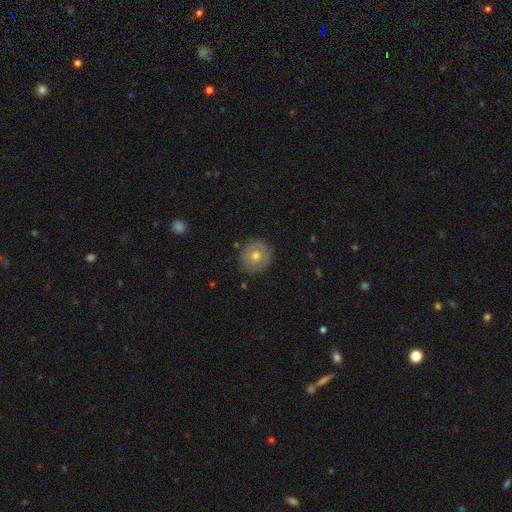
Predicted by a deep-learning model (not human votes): Smooth or featured: smooth — 52% (featured or disk — 37%)
How rounded: round — 90% (in between — 8%)
Merging: none — 84% (minor disturbance — 12%)